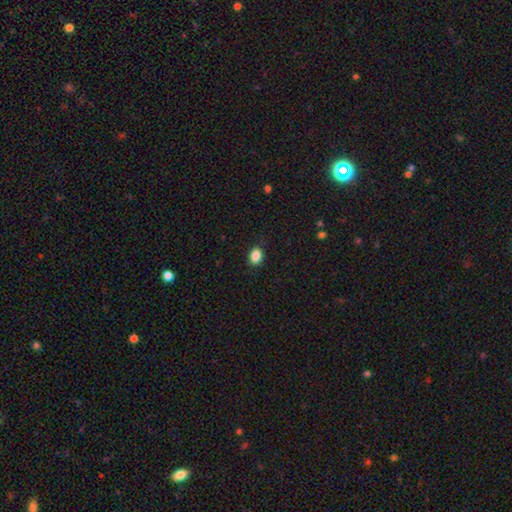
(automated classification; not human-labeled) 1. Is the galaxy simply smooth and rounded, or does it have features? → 87% smooth, 9% star or artifact, 4% featured or disk.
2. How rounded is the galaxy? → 75% in between, 24% round, 1% cigar-shaped.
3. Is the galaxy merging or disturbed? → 85% none, 11% minor disturbance, 3% major disturbance, 1% merger.